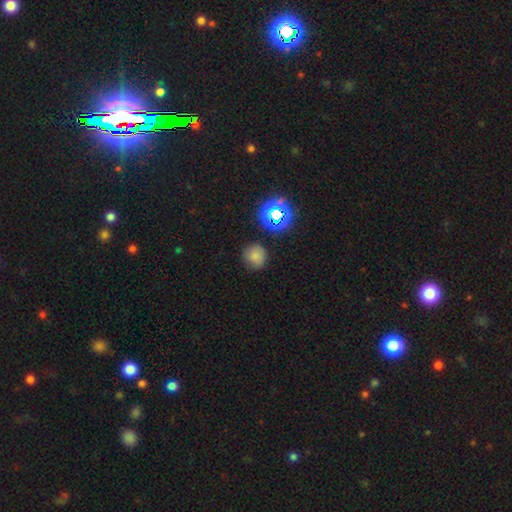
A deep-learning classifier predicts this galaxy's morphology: This appears to be a smooth galaxy with no disk features (72%) that is round (88%). Merging: none (82%).